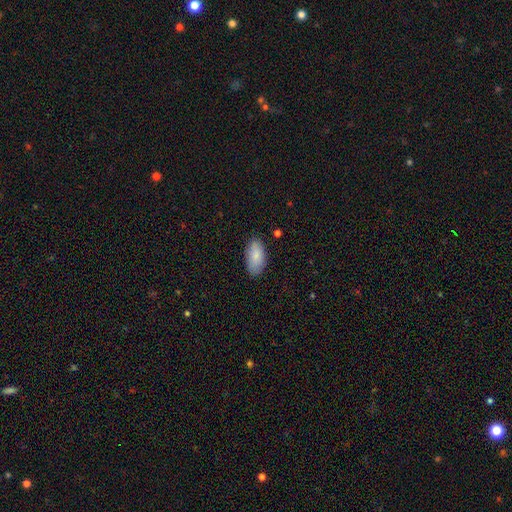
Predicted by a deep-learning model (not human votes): A smooth galaxy with no disk features (84%) that is in between round and cigar-shaped (94%).

Vote fractions:
- Smooth or featured? smooth: 84% / featured or disk: 9% / star or artifact: 6%
- How rounded? in between: 94% / cigar-shaped: 4% / round: 3%
- Merging? none: 83% / minor disturbance: 13% / major disturbance: 3% / merger: 1%